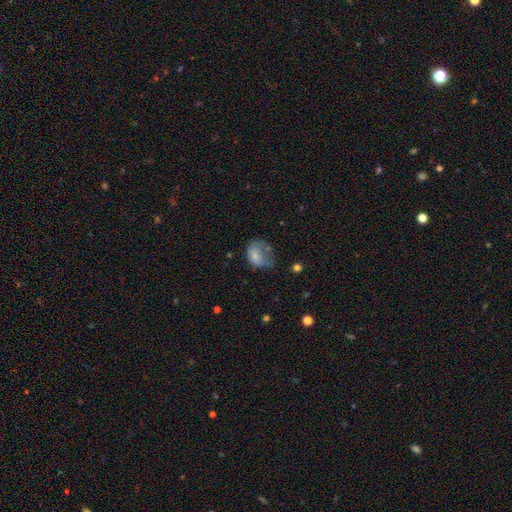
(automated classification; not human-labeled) This appears to be a smooth galaxy with no disk features (68%) that is in between round and cigar-shaped (64%). Merging: major disturbance (40%).